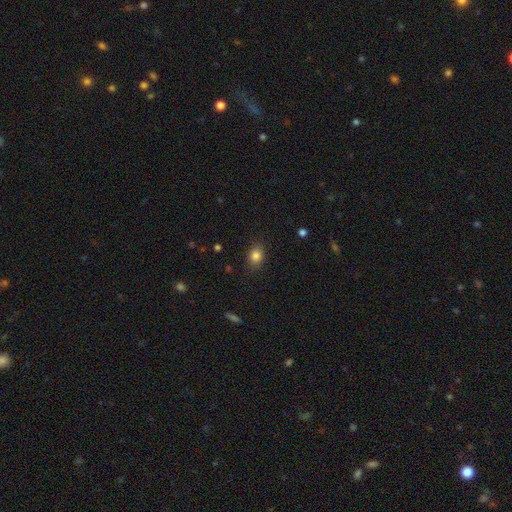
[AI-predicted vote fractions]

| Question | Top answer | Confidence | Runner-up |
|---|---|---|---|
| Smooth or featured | smooth | 83% | star or artifact (11%) |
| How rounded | in between | 56% | round (43%) |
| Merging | none | 84% | minor disturbance (12%) |